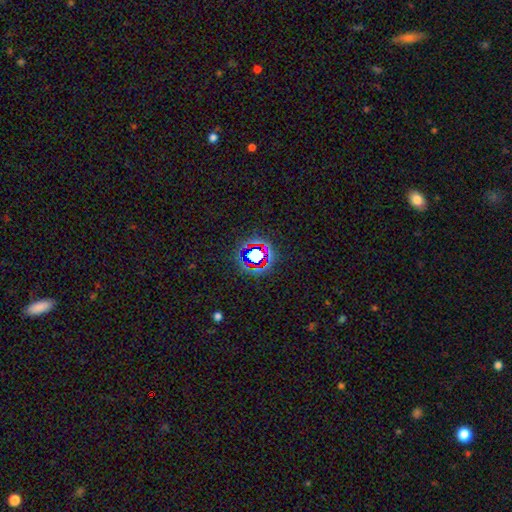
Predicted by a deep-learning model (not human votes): This is likely a star or artifact rather than a galaxy (64%).